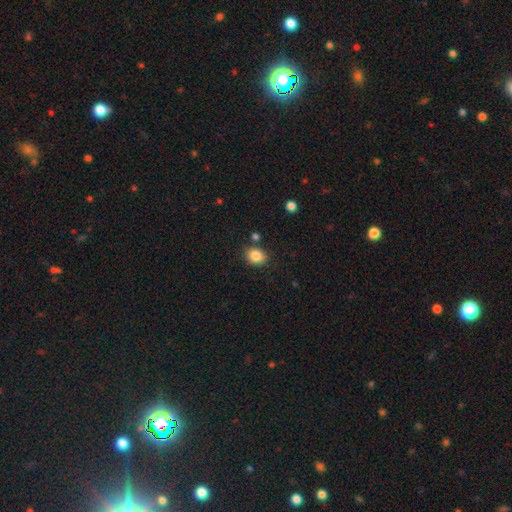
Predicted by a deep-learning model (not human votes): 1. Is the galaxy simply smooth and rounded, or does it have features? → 85% smooth, 10% star or artifact, 5% featured or disk.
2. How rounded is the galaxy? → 60% round, 39% in between, 1% cigar-shaped.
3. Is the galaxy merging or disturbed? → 79% none, 12% minor disturbance, 6% merger, 3% major disturbance.